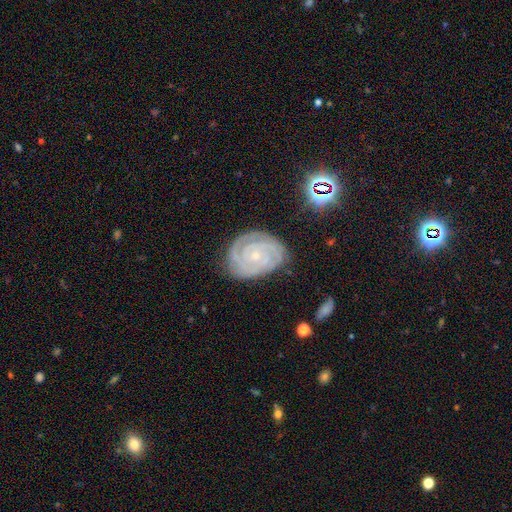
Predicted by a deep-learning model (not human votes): This appears to be a featured or disk galaxy (89%) with no bar (76%), 2 (38%) tight (85%) spiral arms (98%) and a small central bulge (81%). Merging: none (78%).